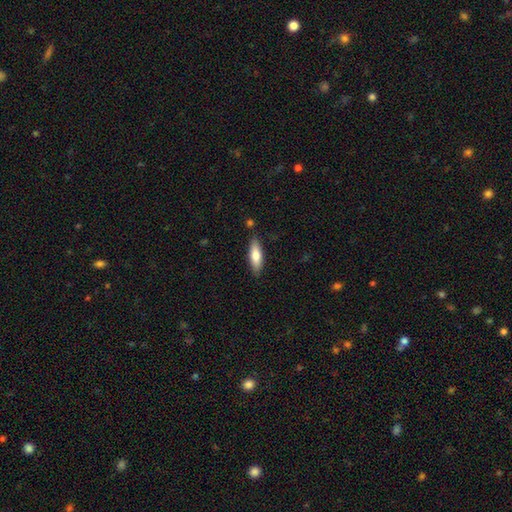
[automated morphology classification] Smooth or featured: smooth — 71% (featured or disk — 24%)
How rounded: cigar-shaped — 50% (in between — 48%)
Merging: none — 85% (minor disturbance — 11%)